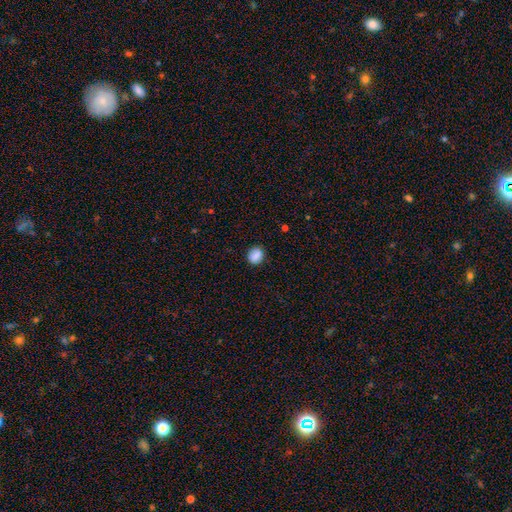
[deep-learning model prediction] Smooth or featured? Predicted: smooth (p=0.86). How rounded? Predicted: round (p=0.61). Merging? Predicted: none (p=0.85).